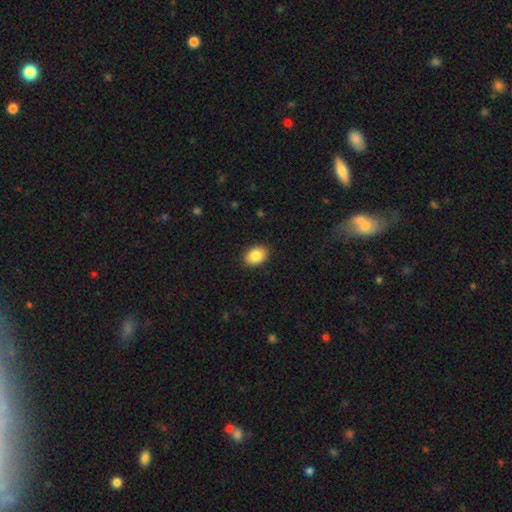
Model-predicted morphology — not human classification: smooth 87%, star or artifact 7%, featured or disk 6%. Down the decision tree: how rounded — in between (81%); merging — none (89%).